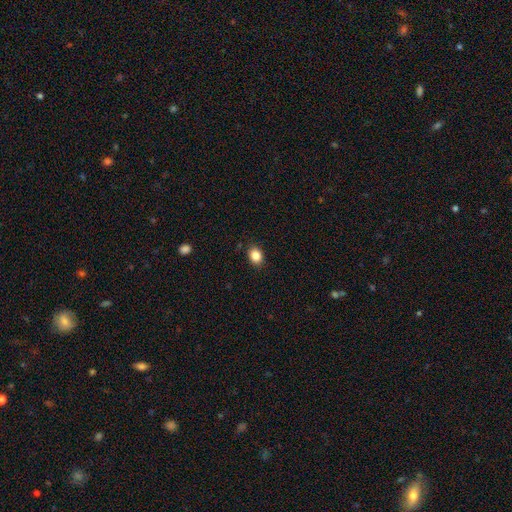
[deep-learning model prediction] smooth 86%, star or artifact 10%, featured or disk 4%. Down the decision tree: how rounded — in between (57%); merging — none (88%).